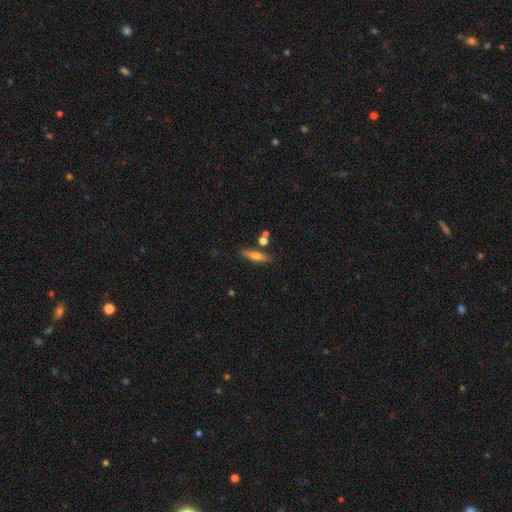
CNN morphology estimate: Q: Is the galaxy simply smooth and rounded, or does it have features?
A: smooth — 59%.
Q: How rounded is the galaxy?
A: cigar-shaped — 71%.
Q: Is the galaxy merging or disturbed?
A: none — 77%.